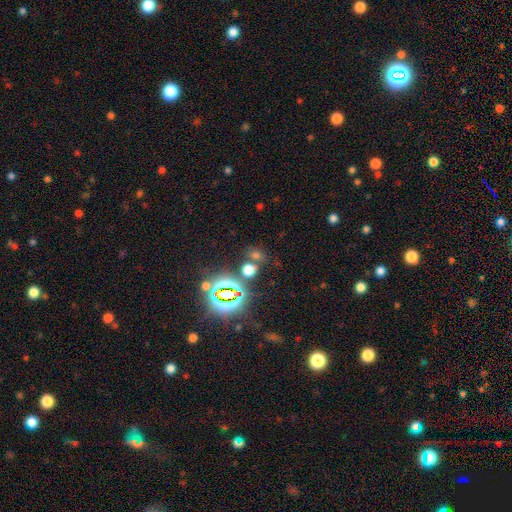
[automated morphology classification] smooth-or-featured: smooth: 51% | star or artifact: 41% | featured or disk: 8%
  how-rounded: round: 61% | in between: 37% | cigar-shaped: 2%
  merging: none: 69% | merger: 16% | minor disturbance: 10% | major disturbance: 5%